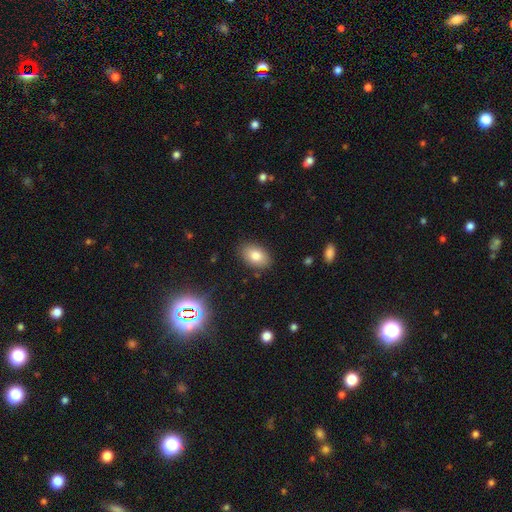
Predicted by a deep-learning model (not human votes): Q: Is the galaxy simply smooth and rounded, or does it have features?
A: smooth — 79%.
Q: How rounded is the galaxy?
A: in between — 89%.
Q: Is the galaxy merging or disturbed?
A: none — 86%.